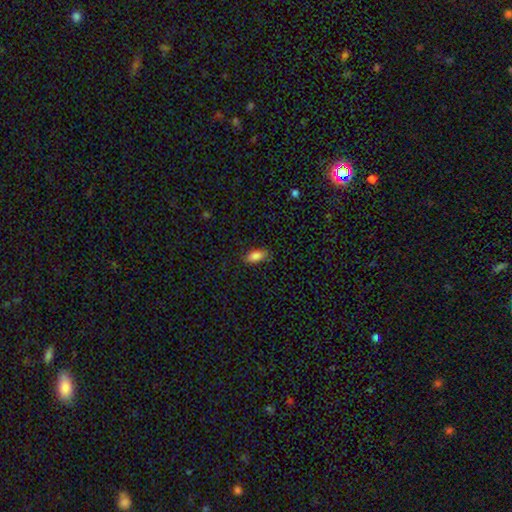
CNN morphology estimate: Smooth or featured?
  - smooth: 85% *
  - star or artifact: 8%
  - featured or disk: 7%
How rounded?
  - in between: 88% *
  - cigar-shaped: 9%
  - round: 3%
Merging?
  - none: 83% *
  - minor disturbance: 13%
  - major disturbance: 3%
  - merger: 1%